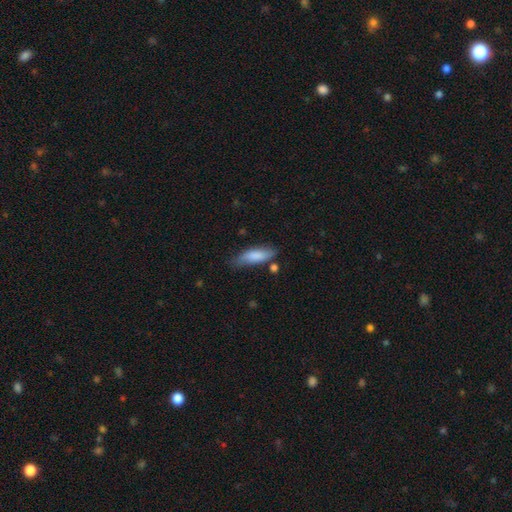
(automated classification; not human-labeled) smooth 82%, featured or disk 12%, star or artifact 6%. Down the decision tree: how rounded — in between (57%); merging — none (67%).